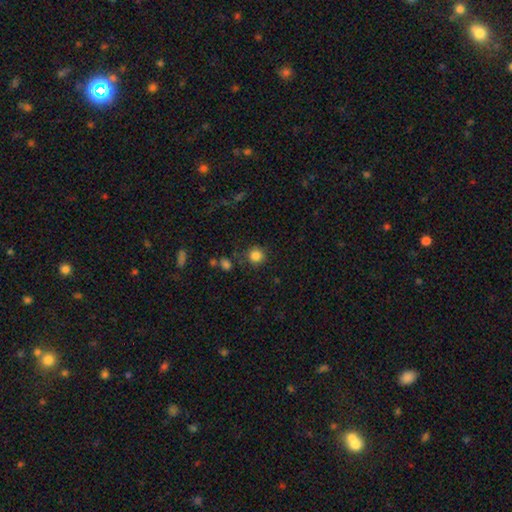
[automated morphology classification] This is clearly a smooth galaxy (84%). How rounded: clearly round (92%). Merging: clearly none (82%).